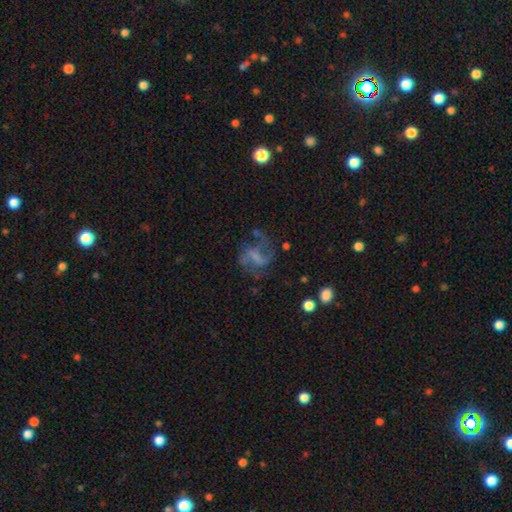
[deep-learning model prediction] This appears to be a featured or disk galaxy (76%) with a weak bar (51%), 2 (68%) loose (45%) spiral arms (91%) and no central bulge (41%). Merging: none (63%).